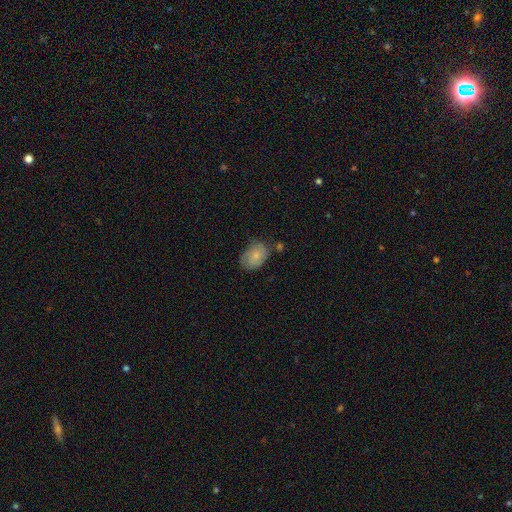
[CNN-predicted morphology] Q: Smooth or featured?
A: smooth (68%); runner-up: featured or disk (25%)
Q: How rounded?
A: in between (77%); runner-up: round (22%)
Q: Merging?
A: none (60%); runner-up: minor disturbance (27%)